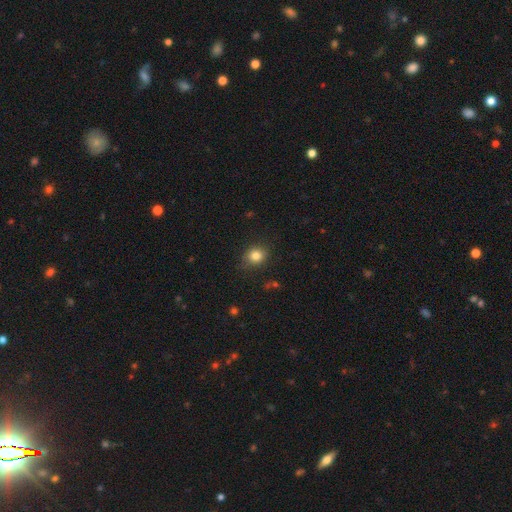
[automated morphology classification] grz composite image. It shows a smooth galaxy with no disk features (83%) that is round (70%). Merging: none (81%).